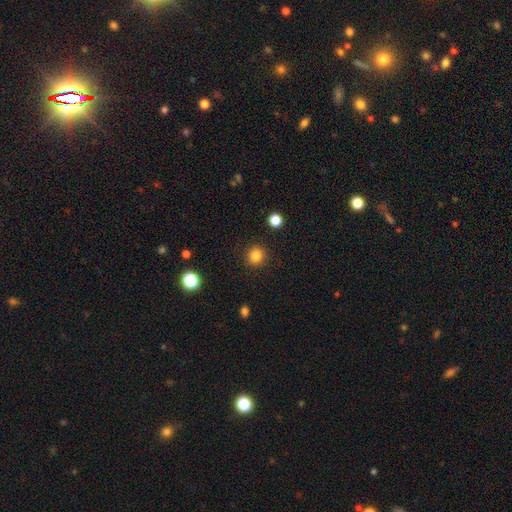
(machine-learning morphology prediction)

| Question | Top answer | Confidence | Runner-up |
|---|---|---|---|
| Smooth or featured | smooth | 84% | star or artifact (12%) |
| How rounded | round | 91% | in between (8%) |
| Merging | none | 91% | minor disturbance (6%) |